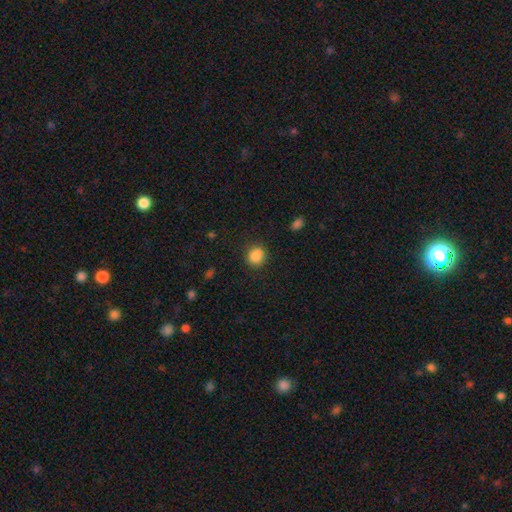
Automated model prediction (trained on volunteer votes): The model was most divided on "how rounded": round: 71%, in between: 28%, cigar-shaped: 1%. More confident: smooth or featured — smooth (86%); merging — none (83%).